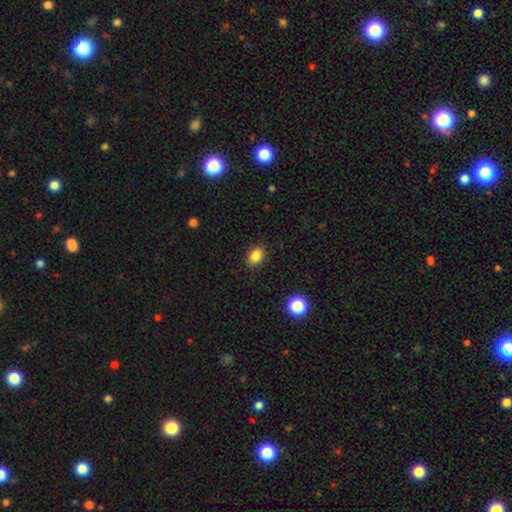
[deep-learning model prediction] This appears to be a smooth galaxy with no disk features (85%) that is in between round and cigar-shaped (73%). Merging: none (89%).